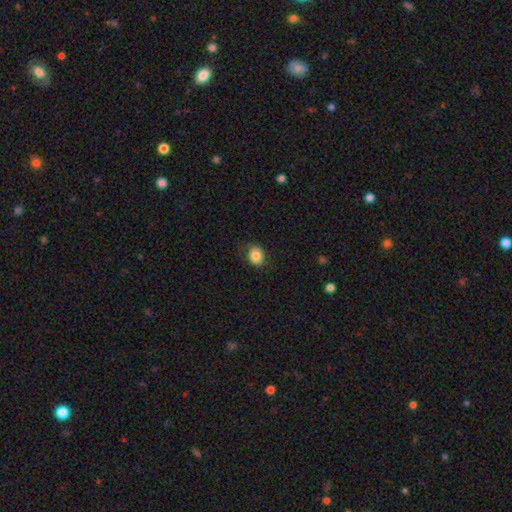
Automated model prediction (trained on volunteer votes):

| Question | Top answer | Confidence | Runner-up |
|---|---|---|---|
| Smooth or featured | smooth | 85% | star or artifact (9%) |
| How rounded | in between | 54% | round (46%) |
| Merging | none | 82% | minor disturbance (13%) |